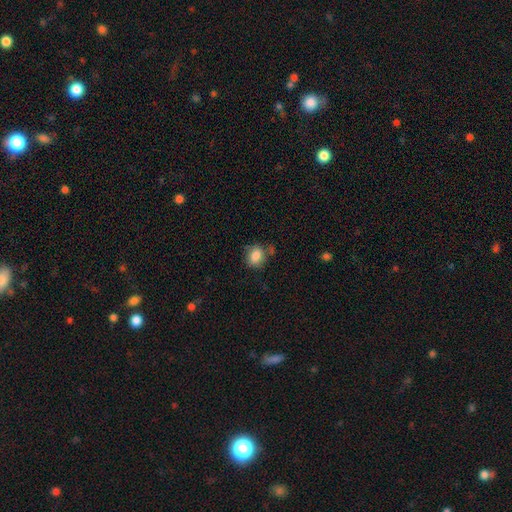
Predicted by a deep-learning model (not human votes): Overall: smooth (84%). How rounded: round (52%; in between 47%). Merging: none (66%).